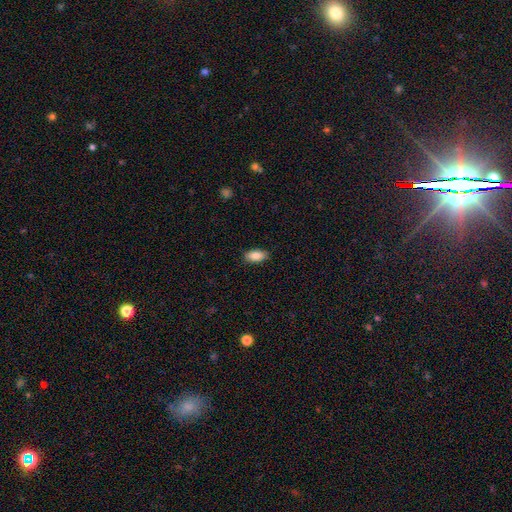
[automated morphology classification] Smooth or featured? Predicted: smooth (p=0.87). How rounded? Predicted: in between (p=0.90). Merging? Predicted: none (p=0.88).